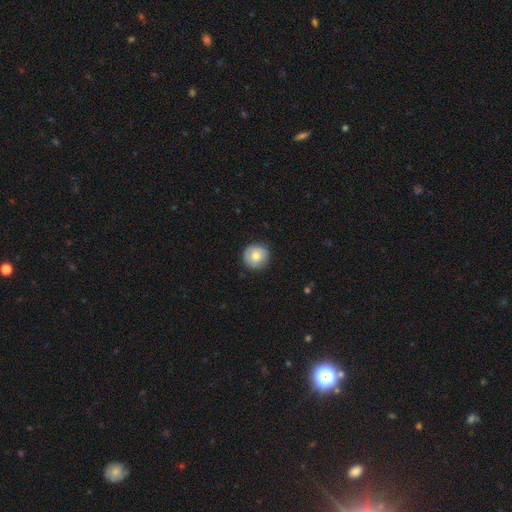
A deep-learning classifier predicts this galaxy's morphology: smooth-or-featured: smooth: 74% | featured or disk: 19% | star or artifact: 7%
  how-rounded: round: 93% | in between: 6% | cigar-shaped: 1%
  merging: none: 85% | minor disturbance: 12% | major disturbance: 2% | merger: 1%